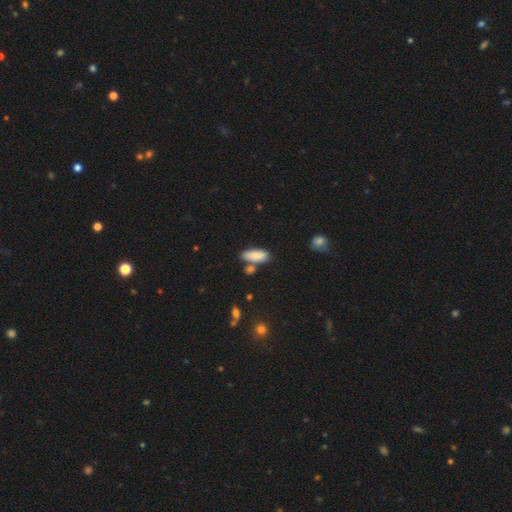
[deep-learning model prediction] Smooth or featured: smooth — 80% (featured or disk — 13%)
How rounded: in between — 75% (cigar-shaped — 22%)
Merging: none — 67% (minor disturbance — 15%)